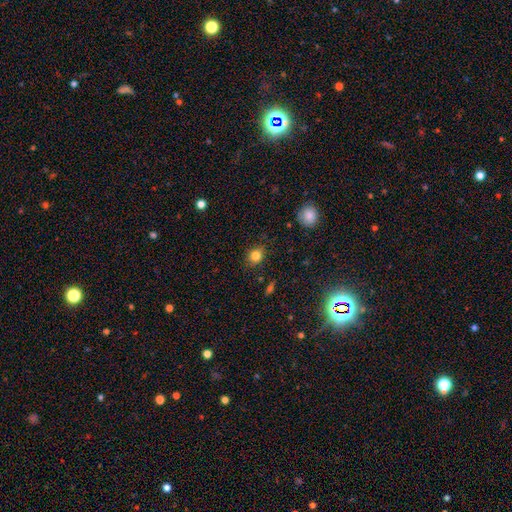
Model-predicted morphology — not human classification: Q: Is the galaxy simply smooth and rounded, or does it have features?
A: smooth — 82%.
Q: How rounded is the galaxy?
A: round — 67%.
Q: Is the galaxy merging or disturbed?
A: none — 84%.